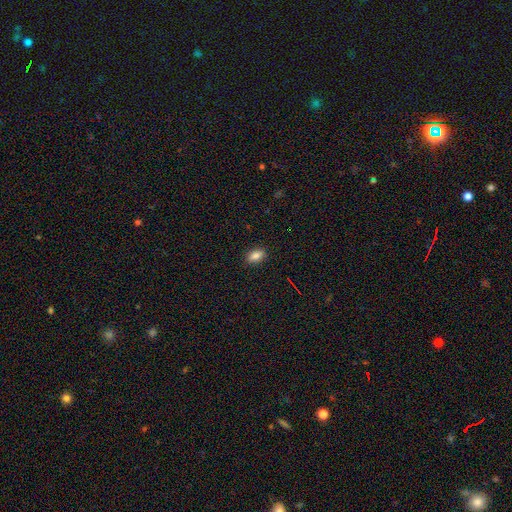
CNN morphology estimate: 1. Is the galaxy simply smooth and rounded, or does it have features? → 83% smooth, 10% star or artifact, 7% featured or disk.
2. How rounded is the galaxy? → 87% in between, 7% round, 6% cigar-shaped.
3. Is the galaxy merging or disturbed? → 88% none, 9% minor disturbance, 2% major disturbance, 1% merger.